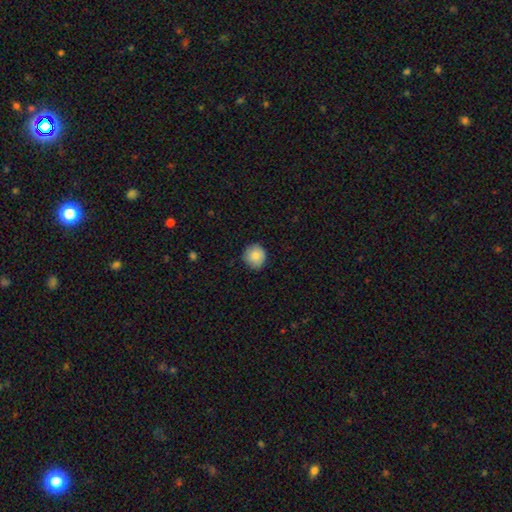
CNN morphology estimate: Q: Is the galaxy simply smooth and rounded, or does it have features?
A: smooth — 84%.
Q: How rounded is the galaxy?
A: round — 87%.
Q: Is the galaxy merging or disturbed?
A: none — 84%.